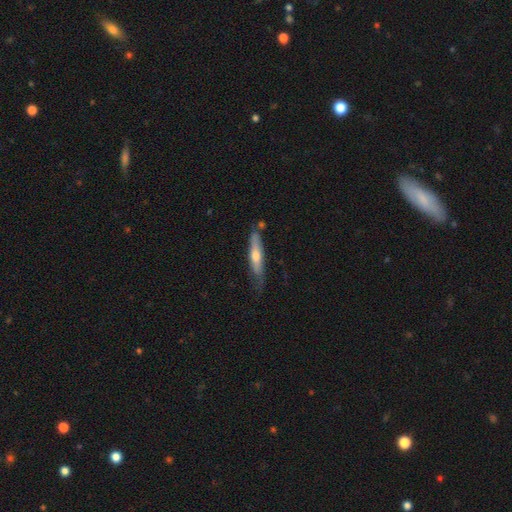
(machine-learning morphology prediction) Smooth or featured? Predicted: smooth (p=0.48). Merging? Predicted: none (p=0.65).